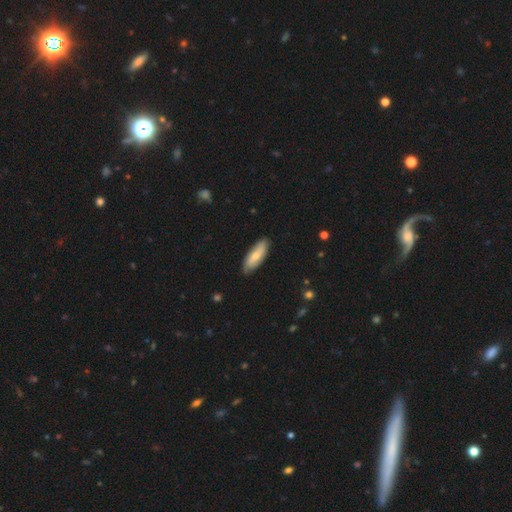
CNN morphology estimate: Q: Smooth or featured?
A: smooth (59%); runner-up: featured or disk (35%)
Q: How rounded?
A: in between (69%); runner-up: cigar-shaped (29%)
Q: Merging?
A: none (82%); runner-up: minor disturbance (15%)